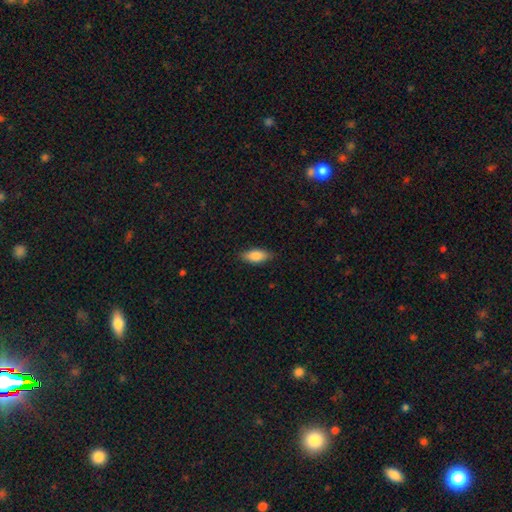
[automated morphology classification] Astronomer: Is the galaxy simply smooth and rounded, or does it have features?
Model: smooth — 83%.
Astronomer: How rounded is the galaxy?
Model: in between — 82%.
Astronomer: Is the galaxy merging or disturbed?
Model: none — 84%.